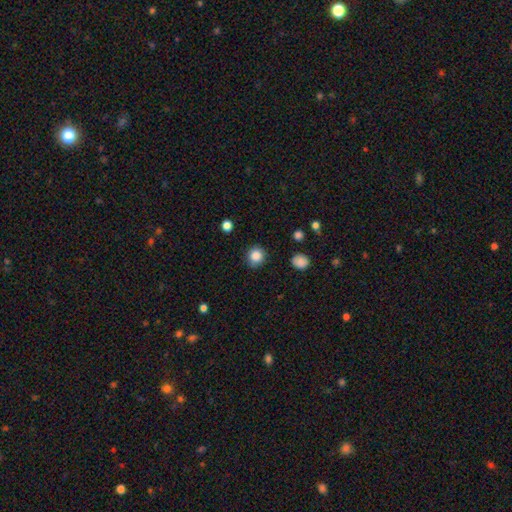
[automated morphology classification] type=smooth (86%); roundness=round (90%); merging=none (86%).